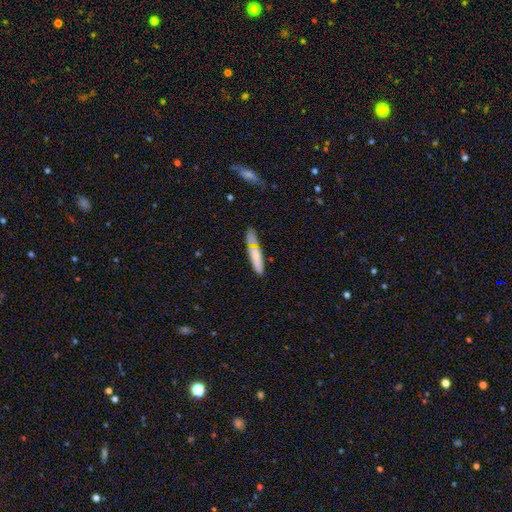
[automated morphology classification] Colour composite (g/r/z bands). It shows a smooth galaxy with no disk features (74%) that is cigar-shaped (76%). Merging: none (68%).